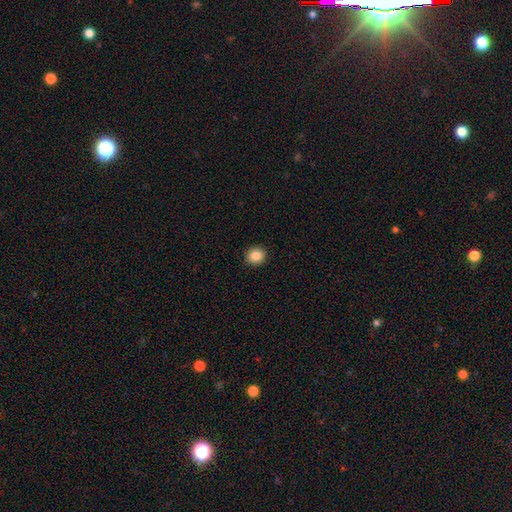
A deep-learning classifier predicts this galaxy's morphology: Smooth or featured? Predicted: smooth (p=0.87). How rounded? Predicted: round (p=0.79). Merging? Predicted: none (p=0.92).